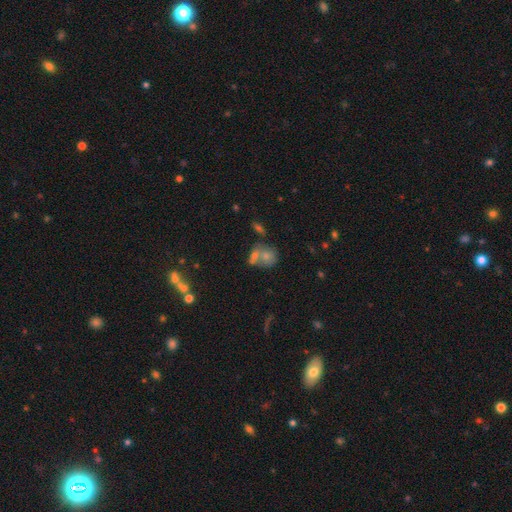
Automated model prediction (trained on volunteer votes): Smooth or featured? Predicted: smooth (p=0.53). How rounded? Predicted: round (p=0.63). Merging? Predicted: none (p=0.44).